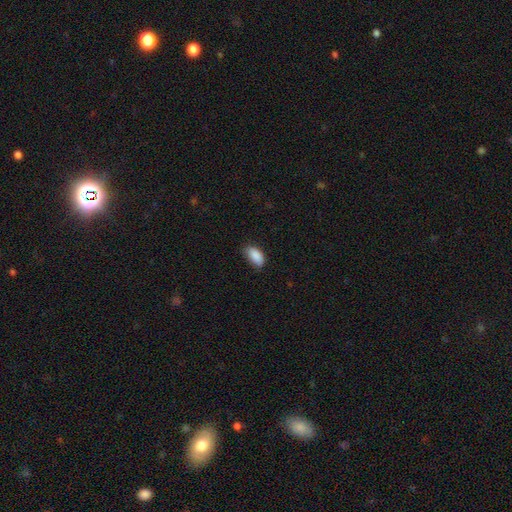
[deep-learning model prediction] smooth 89%, star or artifact 7%, featured or disk 4%. Down the decision tree: how rounded — in between (93%); merging — none (67%).